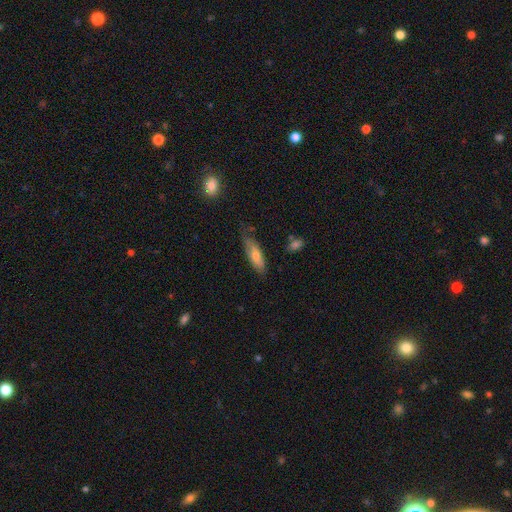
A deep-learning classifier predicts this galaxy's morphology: Smooth or featured? Predicted: smooth (p=0.64). How rounded? Predicted: in between (p=0.53). Merging? Predicted: none (p=0.61).